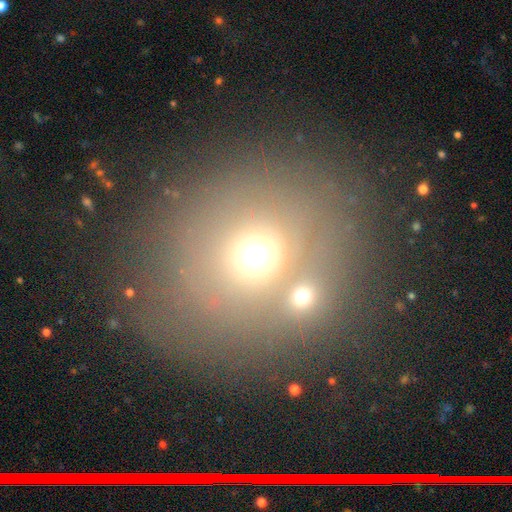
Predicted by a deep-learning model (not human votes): The model was most divided on "merging": none: 54%, merger: 27%, minor disturbance: 11%, major disturbance: 8%. More confident: how rounded — round (78%); smooth or featured — smooth (62%).